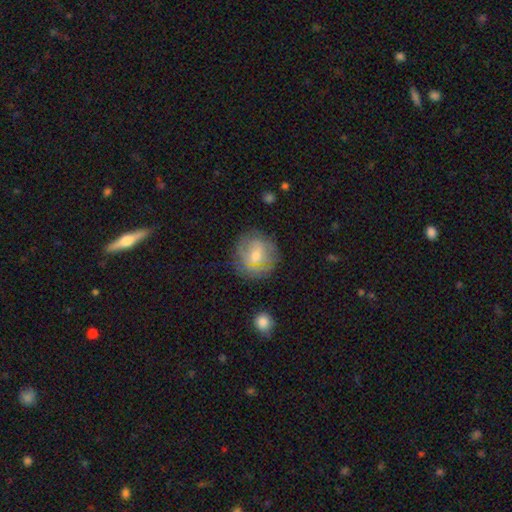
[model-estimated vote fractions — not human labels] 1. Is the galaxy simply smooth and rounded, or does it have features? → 52% smooth, 39% featured or disk, 10% star or artifact.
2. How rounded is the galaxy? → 80% round, 19% in between, 1% cigar-shaped.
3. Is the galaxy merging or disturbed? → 70% none, 19% minor disturbance, 9% major disturbance, 2% merger.